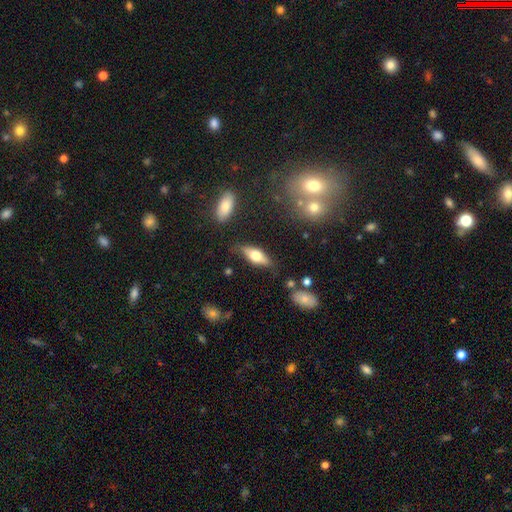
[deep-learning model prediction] Morphology: type=smooth (58%); roundness=in between (72%); merging=none (70%).